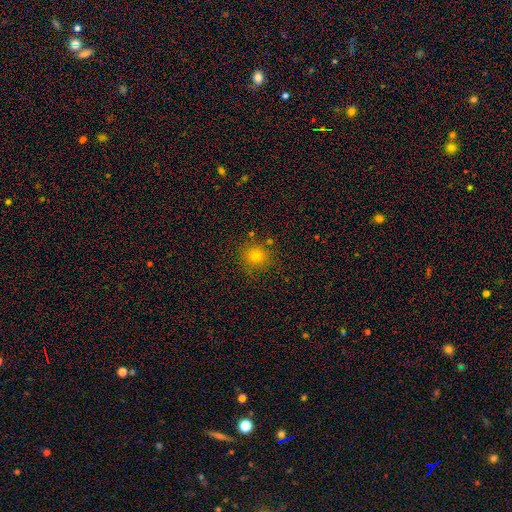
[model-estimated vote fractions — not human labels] Smooth or featured: smooth — 76% (star or artifact — 17%)
How rounded: round — 89% (in between — 10%)
Merging: none — 83% (minor disturbance — 10%)